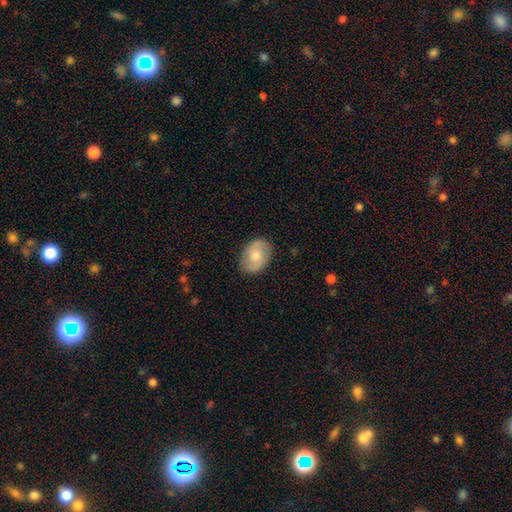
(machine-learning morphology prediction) A smooth galaxy with no disk features (61%) that is in between round and cigar-shaped (75%). Merging: none (84%).